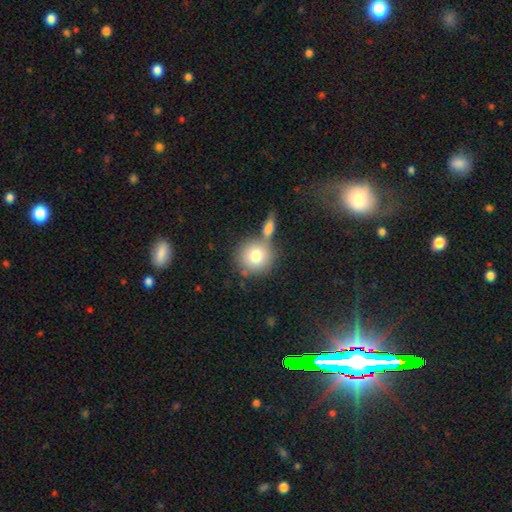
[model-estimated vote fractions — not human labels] Smooth or featured? smooth (77%)
How rounded? round (91%)
Merging? none (60%)